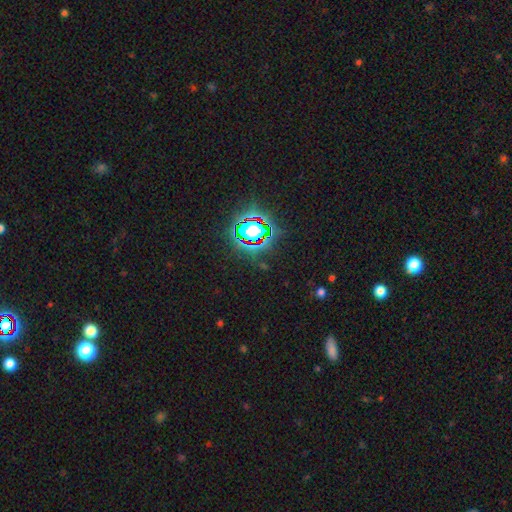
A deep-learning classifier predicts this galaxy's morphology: This appears to be a star or artifact, not a galaxy (79%).